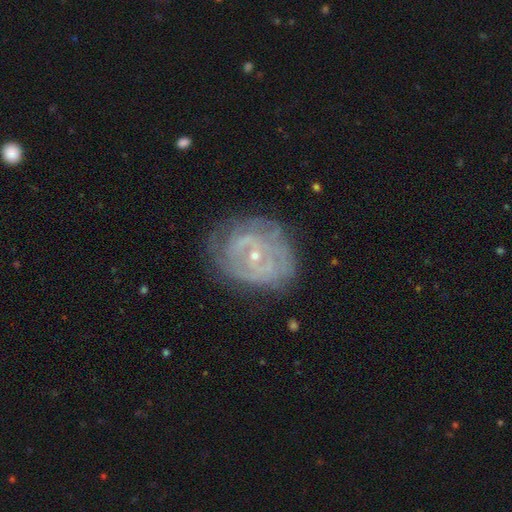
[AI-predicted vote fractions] Smooth or featured?
  - featured or disk: 79% *
  - smooth: 13%
  - star or artifact: 8%
Edge-on disk?
  - no: 97% *
  - yes: 3%
Bar?
  - no: 55% *
  - weak: 34%
  - strong: 11%
Spiral arms?
  - yes: 79% *
  - no: 21%
Spiral winding?
  - tight: 68% *
  - medium: 24%
  - loose: 8%
Spiral arm count?
  - can't tell: 51% *
  - 2: 22%
  - 3: 10%
  - 4: 7%
  - 1: 5%
  - more than 4: 5%
Bulge size?
  - small: 77% *
  - moderate: 20%
  - none: 1%
  - large: 1%
  - dominant: 1%
Merging?
  - none: 68% *
  - minor disturbance: 20%
  - major disturbance: 10%
  - merger: 2%